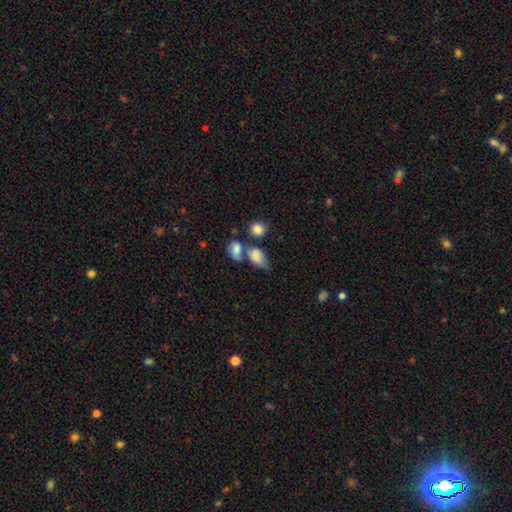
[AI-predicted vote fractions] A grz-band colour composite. It shows a smooth galaxy with no disk features (77%) that is in between round and cigar-shaped (82%). Merging: merger (40%).